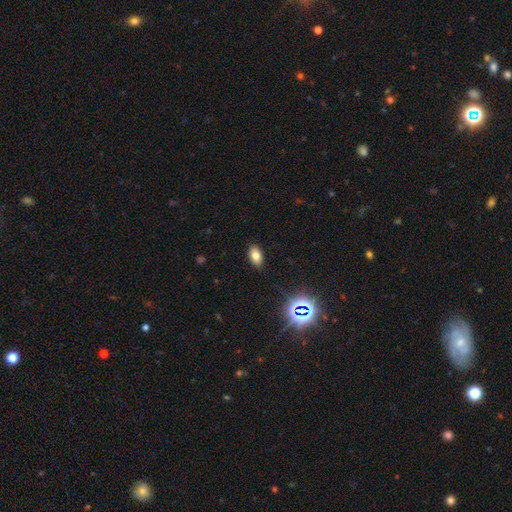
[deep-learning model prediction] This appears to be a smooth galaxy with no disk features (75%) that is in between round and cigar-shaped (91%). Merging: none (88%).